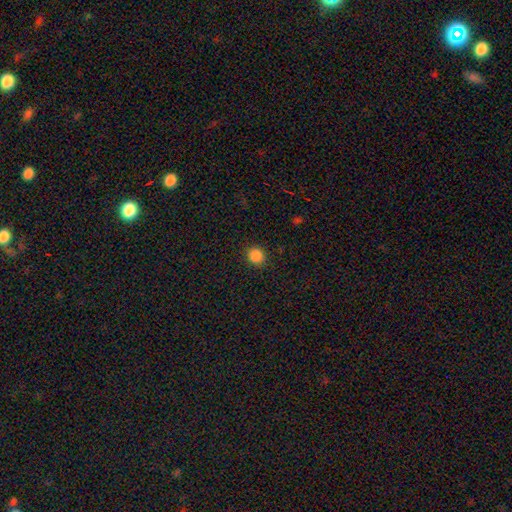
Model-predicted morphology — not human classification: smooth_or_featured: smooth (p=0.86) [alt: star or artifact p=0.11]
how_rounded: round (p=0.90) [alt: in between p=0.09]
merging: none (p=0.91) [alt: minor disturbance p=0.06]